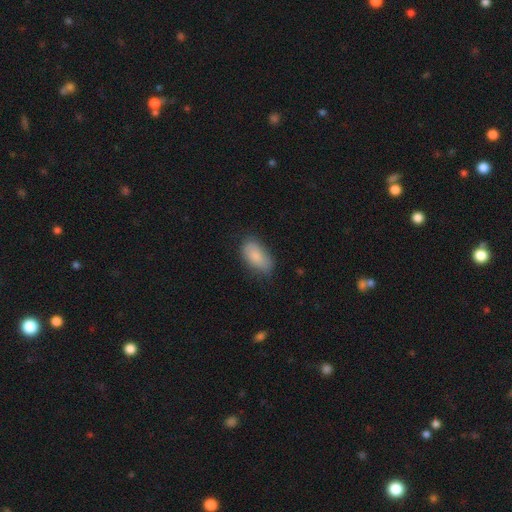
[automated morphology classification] A smooth galaxy with no disk features (81%) that is in between round and cigar-shaped (93%). Merging: none (69%).